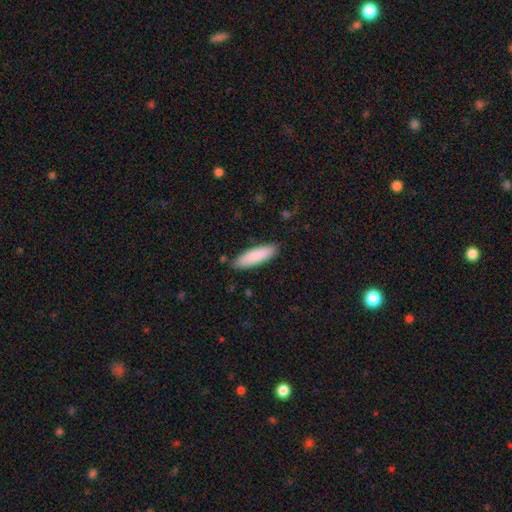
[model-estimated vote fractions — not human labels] smooth-or-featured: smooth: 86% | featured or disk: 8% | star or artifact: 6%
  how-rounded: cigar-shaped: 59% | in between: 40% | round: 1%
  merging: none: 85% | minor disturbance: 11% | major disturbance: 2% | merger: 2%